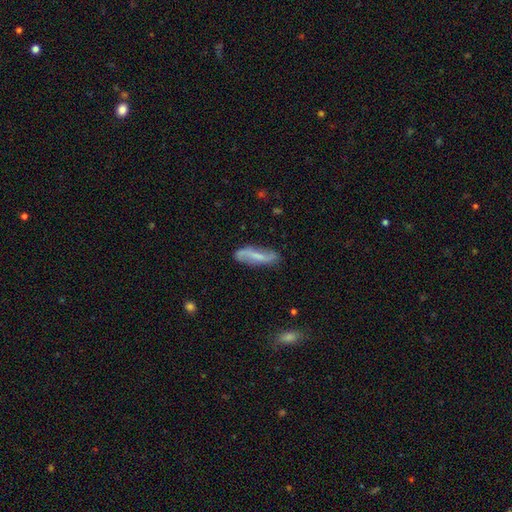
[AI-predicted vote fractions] featured or disk 63%, smooth 30%, star or artifact 7%. Down the decision tree: edge-on disk — no (83%); bar — weak (39%); spiral arms — yes (88%); bulge size — small (38%); merging — none (74%).